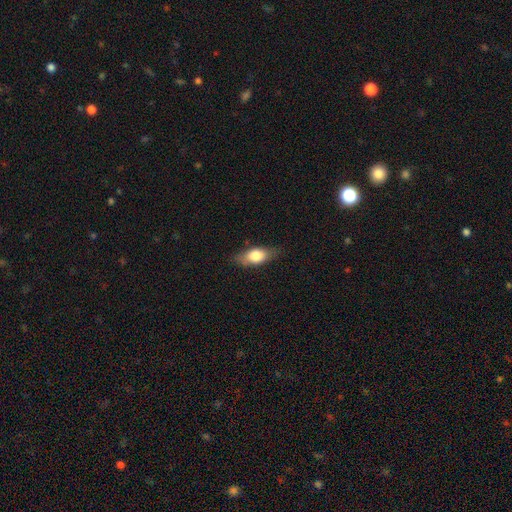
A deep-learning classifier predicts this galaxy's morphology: A smooth galaxy with no disk features (70%) that is in between round and cigar-shaped (79%).

Vote fractions:
- Smooth or featured? smooth: 70% / featured or disk: 23% / star or artifact: 7%
- How rounded? in between: 79% / cigar-shaped: 15% / round: 6%
- Merging? none: 77% / minor disturbance: 18% / major disturbance: 4% / merger: 1%